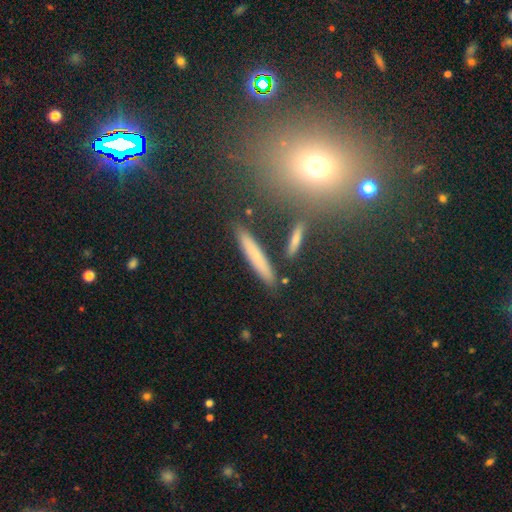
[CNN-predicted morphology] smooth 66%, featured or disk 23%, star or artifact 10%. Down the decision tree: how rounded — cigar-shaped (92%); merging — none (85%).